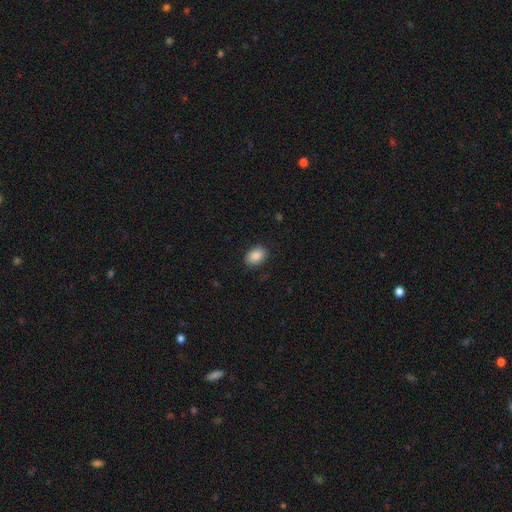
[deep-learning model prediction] Q: Smooth or featured?
A: smooth (88%); runner-up: star or artifact (7%)
Q: How rounded?
A: in between (79%); runner-up: round (20%)
Q: Merging?
A: none (86%); runner-up: minor disturbance (10%)